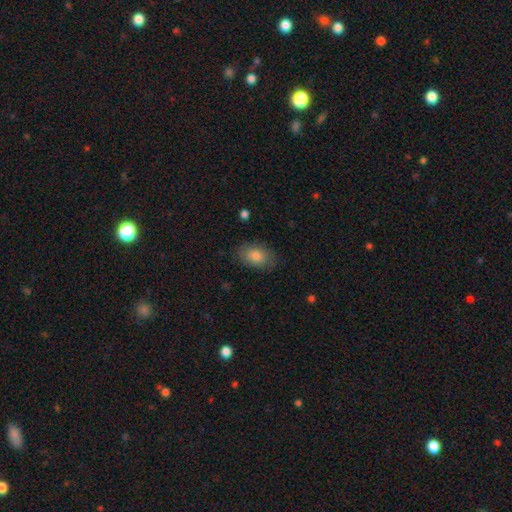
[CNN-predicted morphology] smooth-or-featured: smooth: 82% | featured or disk: 10% | star or artifact: 8%
  how-rounded: in between: 87% | round: 12% | cigar-shaped: 1%
  merging: none: 84% | minor disturbance: 12% | major disturbance: 3% | merger: 1%